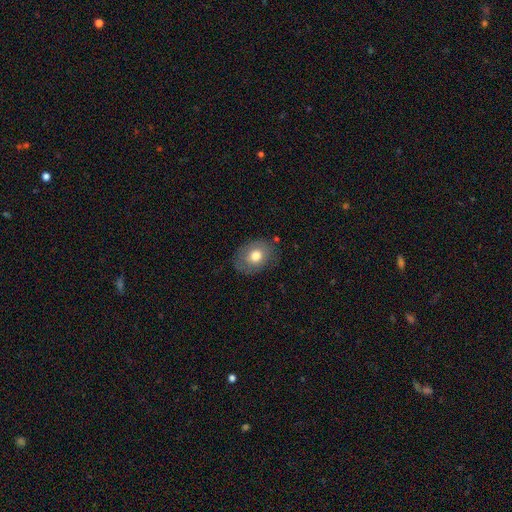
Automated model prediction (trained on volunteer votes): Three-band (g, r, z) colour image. It shows a smooth galaxy with no disk features (71%) that is in between round and cigar-shaped (64%). Merging: none (77%).